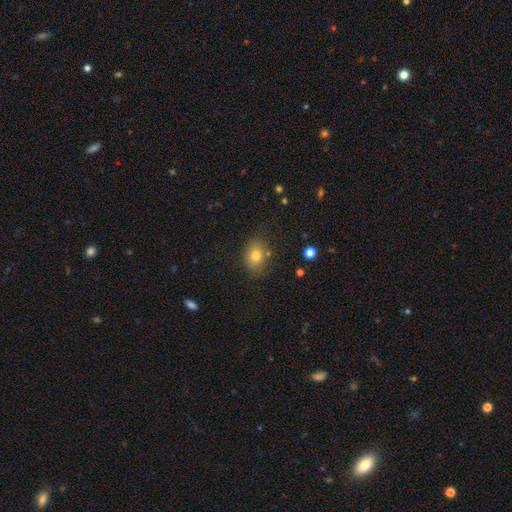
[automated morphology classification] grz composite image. It shows a smooth galaxy with no disk features (77%) that is in between round and cigar-shaped (57%). Merging: none (77%).